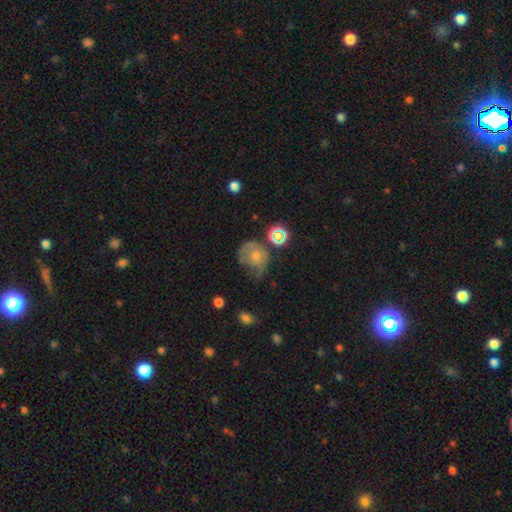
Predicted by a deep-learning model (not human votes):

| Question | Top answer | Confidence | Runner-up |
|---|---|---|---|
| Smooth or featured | smooth | 49% | featured or disk (37%) |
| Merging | none | 32% | tied: minor disturbance (32%) |